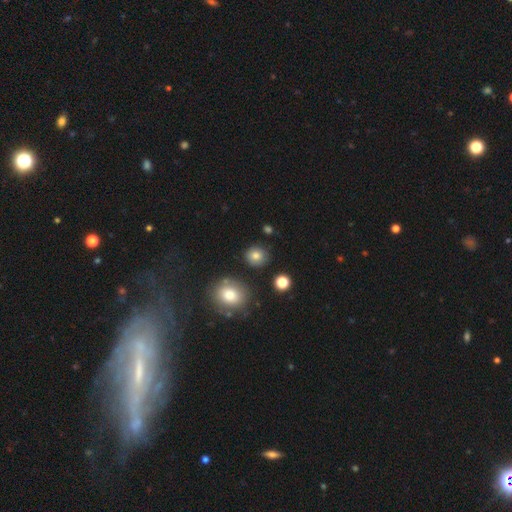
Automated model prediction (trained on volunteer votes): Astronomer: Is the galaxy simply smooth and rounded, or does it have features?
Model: smooth — 82%.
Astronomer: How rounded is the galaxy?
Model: round — 86%.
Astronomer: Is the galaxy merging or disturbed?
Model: none — 86%.